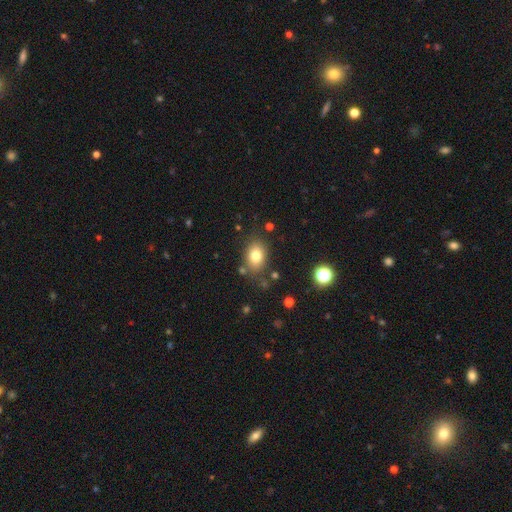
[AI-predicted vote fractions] This appears to be a smooth galaxy with no disk features (80%) that is in between round and cigar-shaped (74%). Merging: none (78%).